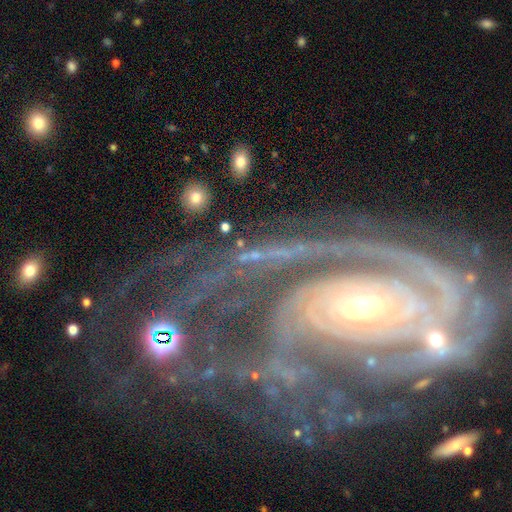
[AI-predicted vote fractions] Morphology: type=featured or disk (82%); edge-on=no (95%); bar=no (43%); spiral arms=yes (95%); winding=tight (68%); arm count=2 (30%); bulge=moderate (49%); merging=none (67%).